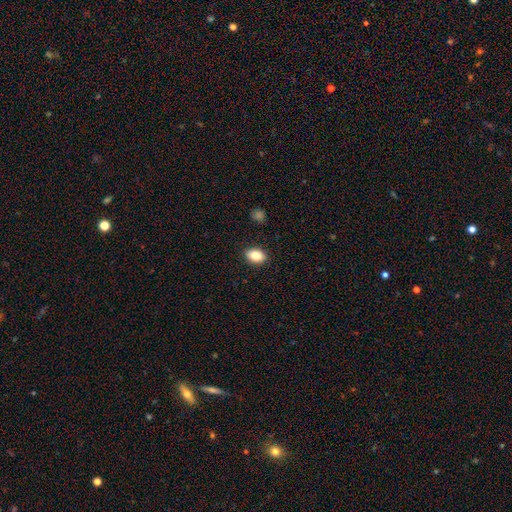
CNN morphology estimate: Smooth or featured? Predicted: smooth (p=0.83). How rounded? Predicted: in between (p=0.81). Merging? Predicted: none (p=0.89).